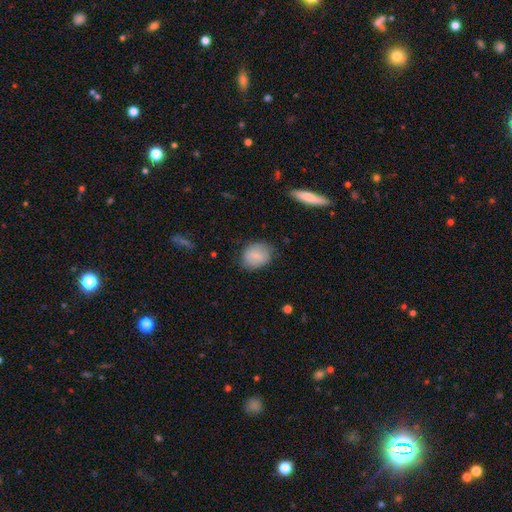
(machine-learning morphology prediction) smooth_or_featured: smooth (p=0.79) [alt: featured or disk p=0.13]
how_rounded: in between (p=0.52) [alt: round p=0.47]
merging: none (p=0.77) [alt: minor disturbance p=0.18]